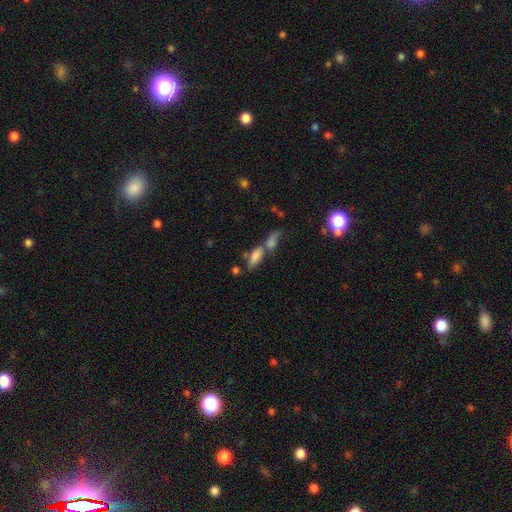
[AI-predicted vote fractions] smooth 71%, featured or disk 18%, star or artifact 11%. Down the decision tree: how rounded — in between (71%); merging — merger (57%).